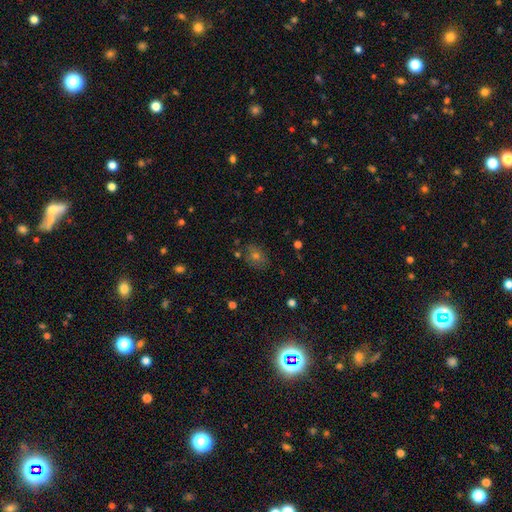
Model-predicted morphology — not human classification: The model was most divided on "how rounded": in between: 50%, round: 49%, cigar-shaped: 2%. More confident: merging — none (78%); smooth or featured — smooth (50%).